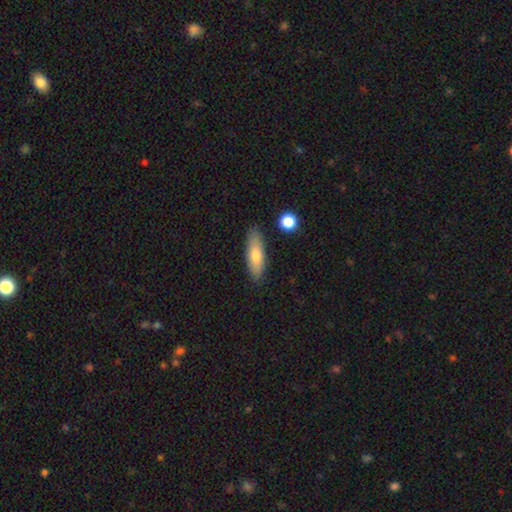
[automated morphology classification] A smooth galaxy with no disk features (74%) that is cigar-shaped (50%). Merging: none (85%).